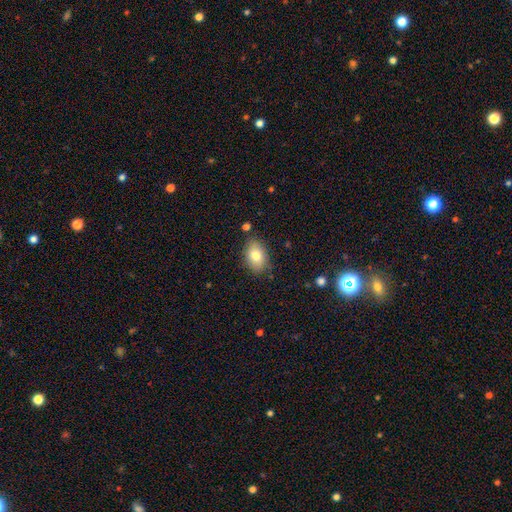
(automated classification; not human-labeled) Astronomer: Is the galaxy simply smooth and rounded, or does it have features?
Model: smooth — 79%.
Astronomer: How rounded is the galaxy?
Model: in between — 86%.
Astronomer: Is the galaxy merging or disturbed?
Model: none — 81%.